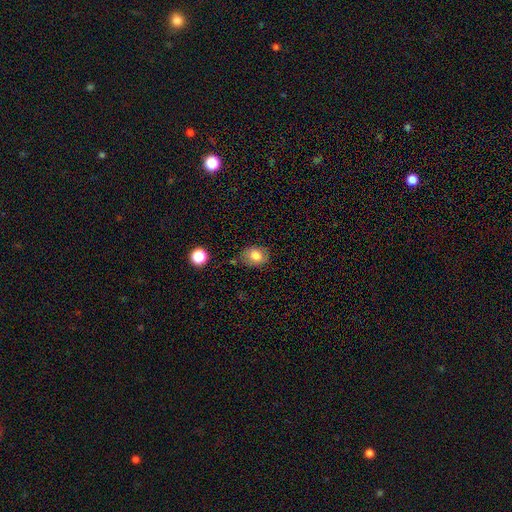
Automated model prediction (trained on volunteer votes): Q: Smooth or featured?
A: smooth (80%); runner-up: featured or disk (10%)
Q: How rounded?
A: in between (59%); runner-up: round (40%)
Q: Merging?
A: none (75%); runner-up: minor disturbance (18%)